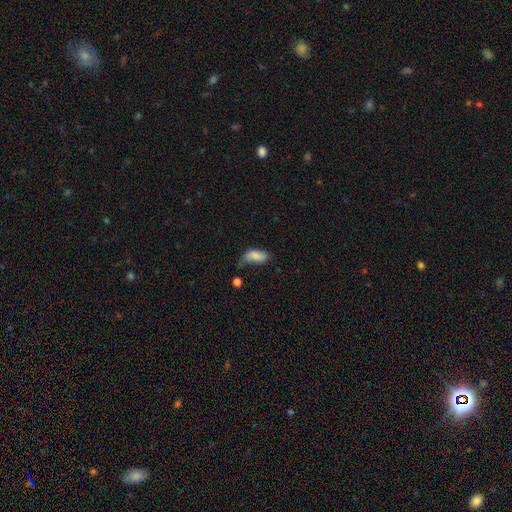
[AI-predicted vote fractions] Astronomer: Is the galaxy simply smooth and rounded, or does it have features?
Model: smooth — 78%.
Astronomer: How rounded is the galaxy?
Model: in between — 90%.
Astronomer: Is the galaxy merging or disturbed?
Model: minor disturbance — 38% (runner-up: none, 35%).